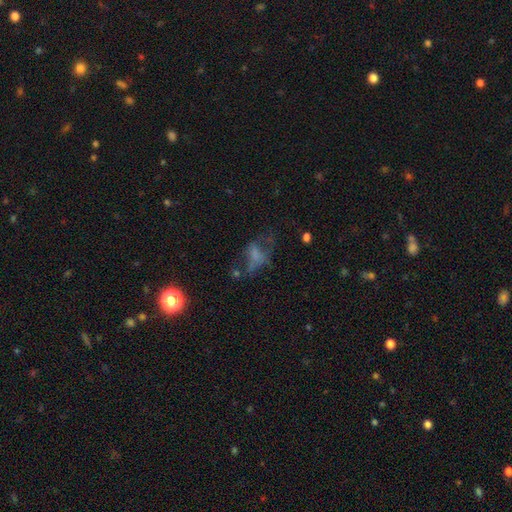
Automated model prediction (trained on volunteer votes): Morphology: type=smooth (43%); merging=major disturbance (46%).